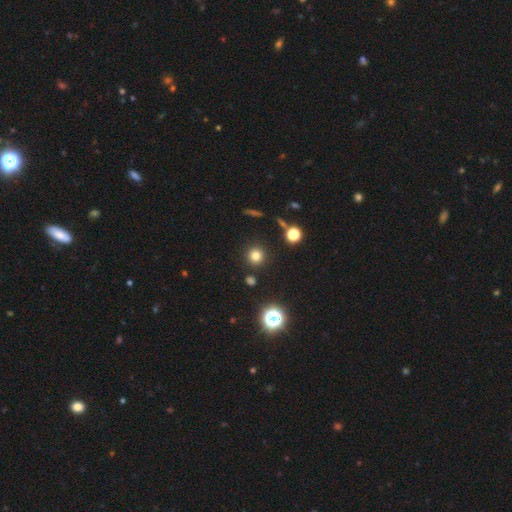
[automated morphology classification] Smooth or featured? Predicted: smooth (p=0.77). How rounded? Predicted: round (p=0.94). Merging? Predicted: none (p=0.89).